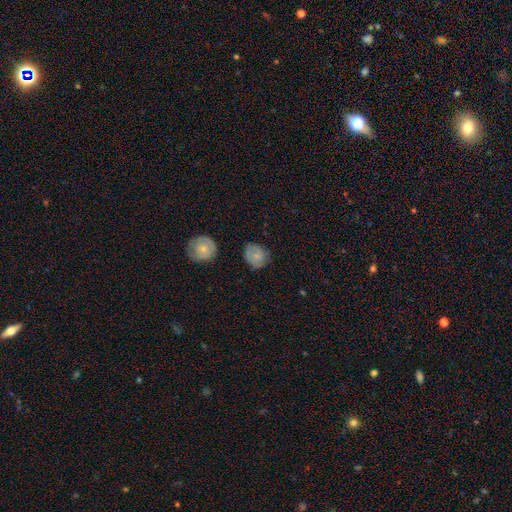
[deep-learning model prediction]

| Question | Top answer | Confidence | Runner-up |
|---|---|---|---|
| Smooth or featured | smooth | 71% | featured or disk (21%) |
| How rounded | round | 68% | in between (31%) |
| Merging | none | 70% | minor disturbance (22%) |